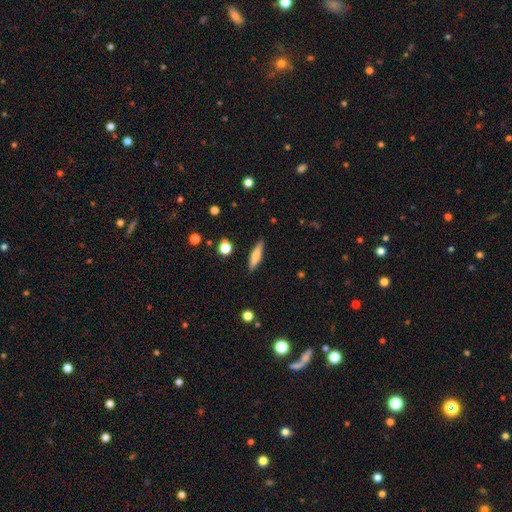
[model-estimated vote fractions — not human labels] Q: Smooth or featured?
A: smooth (74%); runner-up: featured or disk (19%)
Q: How rounded?
A: cigar-shaped (75%); runner-up: in between (23%)
Q: Merging?
A: none (88%); runner-up: minor disturbance (9%)